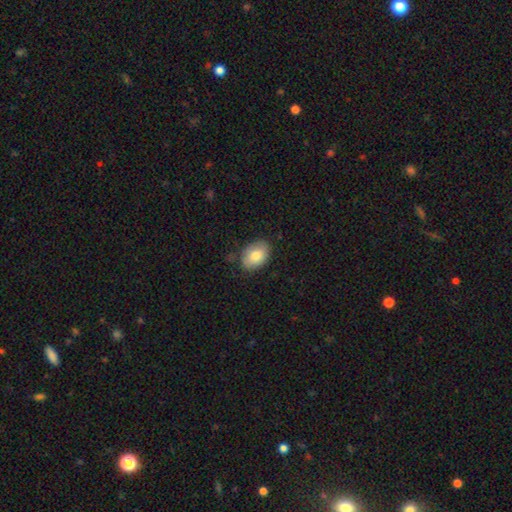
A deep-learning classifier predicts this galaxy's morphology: Smooth or featured? Predicted: smooth (p=0.80). How rounded? Predicted: in between (p=0.81). Merging? Predicted: none (p=0.77).